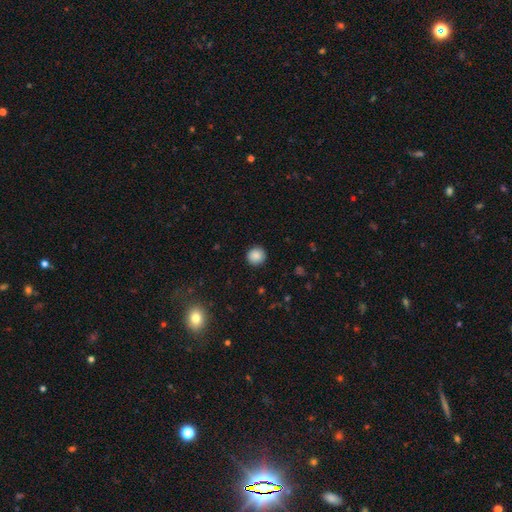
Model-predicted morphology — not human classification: Smooth or featured? Predicted: smooth (p=0.88). How rounded? Predicted: round (p=0.94). Merging? Predicted: none (p=0.92).